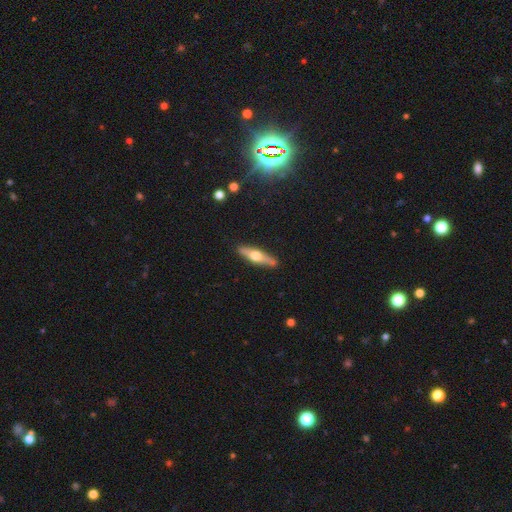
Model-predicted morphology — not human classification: A featured or disk galaxy (56%) viewed edge-on (93%) with a rounded central bulge (94%).

Vote fractions:
- Smooth or featured? featured or disk: 56% / smooth: 39% / star or artifact: 5%
- Edge-on disk? yes: 93% / no: 7%
- Edge-on bulge? rounded: 94% / boxy: 3% / none: 3%
- Merging? none: 89% / minor disturbance: 8% / major disturbance: 2% / merger: 1%